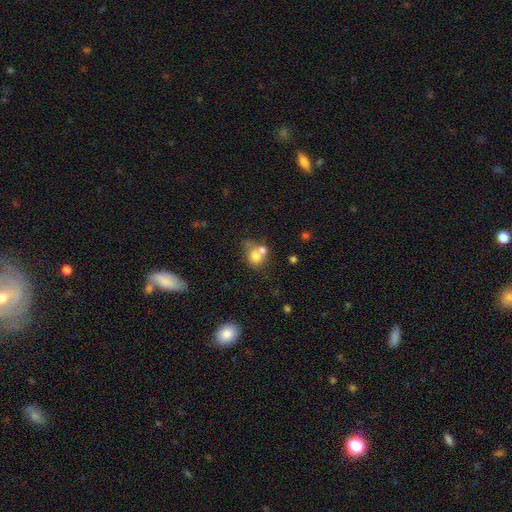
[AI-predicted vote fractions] Overall: smooth (72%). How rounded: round (69%; in between 30%). Merging: merger (50%; none 34%).